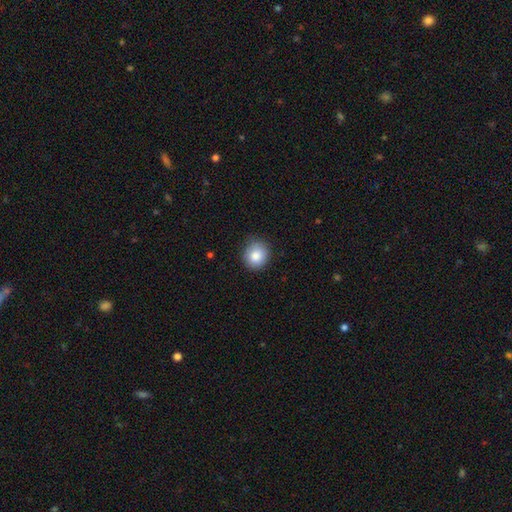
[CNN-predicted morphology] smooth-or-featured: smooth: 85% | star or artifact: 9% | featured or disk: 6%
  how-rounded: round: 83% | in between: 16% | cigar-shaped: 1%
  merging: none: 85% | minor disturbance: 12% | major disturbance: 2% | merger: 1%